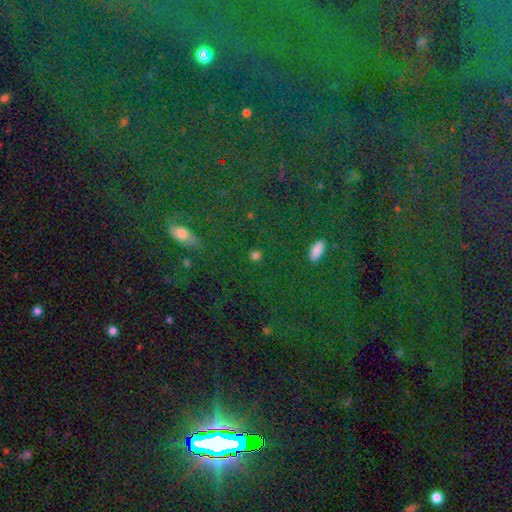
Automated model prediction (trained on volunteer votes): smooth-or-featured: smooth: 63% | star or artifact: 29% | featured or disk: 8%
  how-rounded: round: 69% | in between: 26% | cigar-shaped: 5%
  merging: none: 85% | minor disturbance: 8% | major disturbance: 4% | merger: 3%